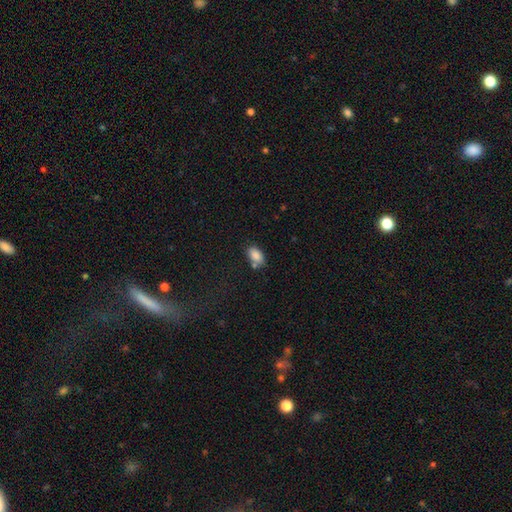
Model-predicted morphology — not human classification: smooth 86%, star or artifact 8%, featured or disk 6%. Down the decision tree: how rounded — in between (91%); merging — none (67%).